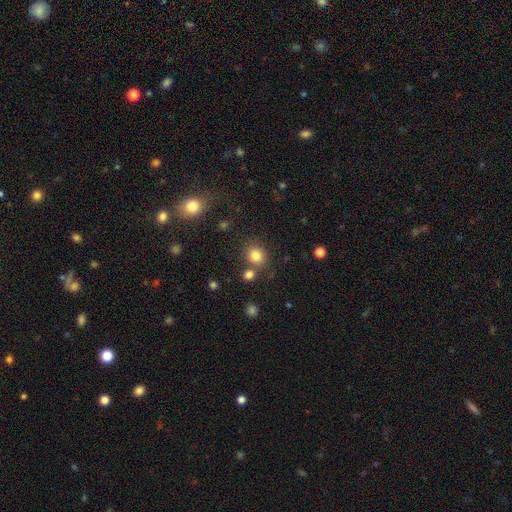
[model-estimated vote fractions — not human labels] Overall: smooth (81%). How rounded: round (75%). Merging: none (74%).